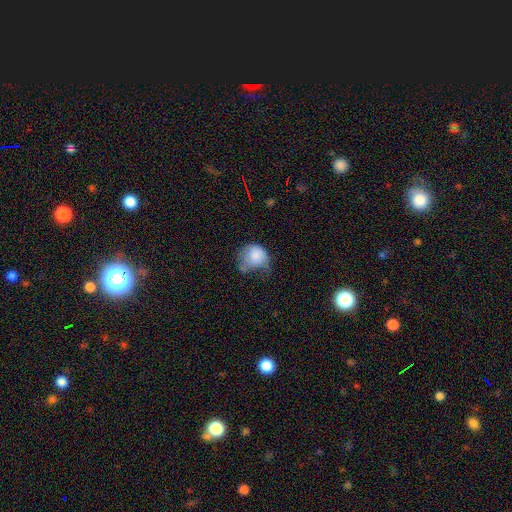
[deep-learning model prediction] A smooth galaxy with no disk features (79%) that is round (64%).

Vote fractions:
- Smooth or featured? smooth: 79% / featured or disk: 13% / star or artifact: 9%
- How rounded? round: 64% / in between: 35% / cigar-shaped: 1%
- Merging? minor disturbance: 39% / major disturbance: 29% / none: 25% / merger: 8%